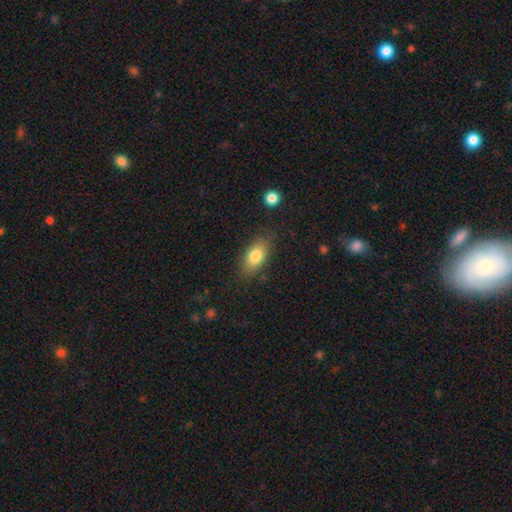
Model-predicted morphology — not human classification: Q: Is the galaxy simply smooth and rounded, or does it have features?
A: smooth — 79%.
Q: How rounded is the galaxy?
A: in between — 86%.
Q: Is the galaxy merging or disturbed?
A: none — 80%.